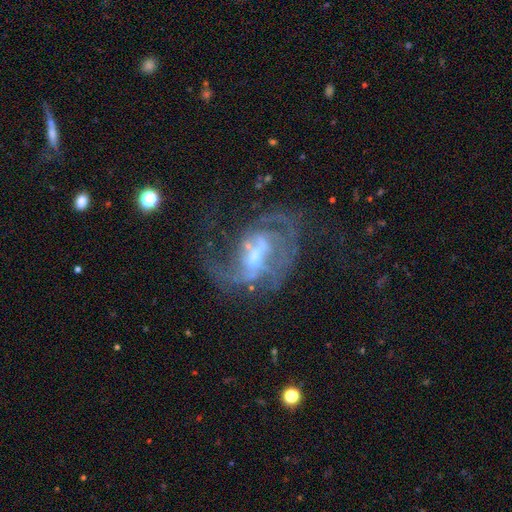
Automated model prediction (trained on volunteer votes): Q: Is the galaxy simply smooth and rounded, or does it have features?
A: featured or disk — 80%.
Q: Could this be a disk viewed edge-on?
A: no — 97%.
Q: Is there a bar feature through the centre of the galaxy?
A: weak — 44%.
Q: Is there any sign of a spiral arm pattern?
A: yes — 75%.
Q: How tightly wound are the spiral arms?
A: loose — 43%.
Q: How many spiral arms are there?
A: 2 — 37%.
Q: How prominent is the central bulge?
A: moderate — 37%.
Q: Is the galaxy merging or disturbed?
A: major disturbance — 44%.